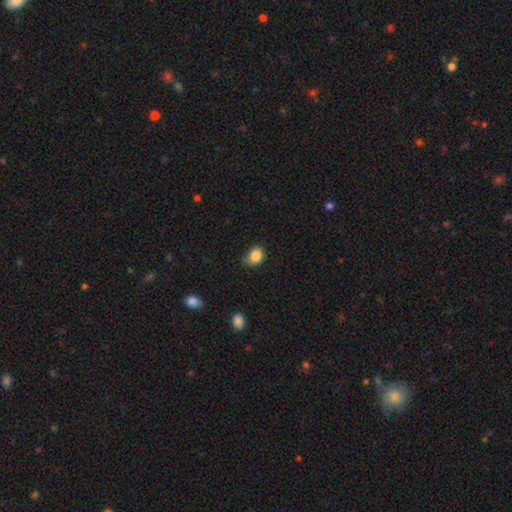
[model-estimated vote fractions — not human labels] Overall: smooth (85%). How rounded: in between (52%; round 47%). Merging: none (55%; minor disturbance 36%).